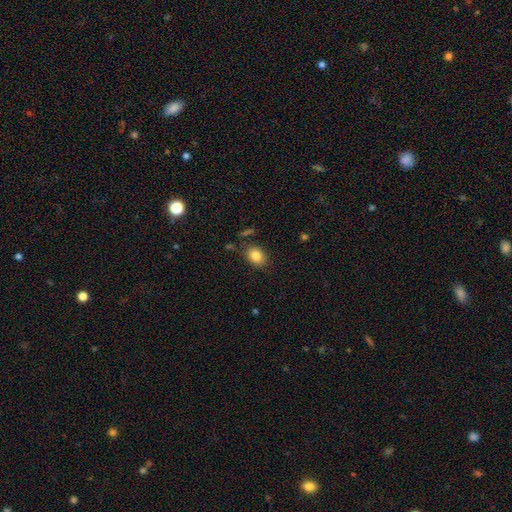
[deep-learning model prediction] Morphology: type=smooth (84%); roundness=in between (70%); merging=none (80%).